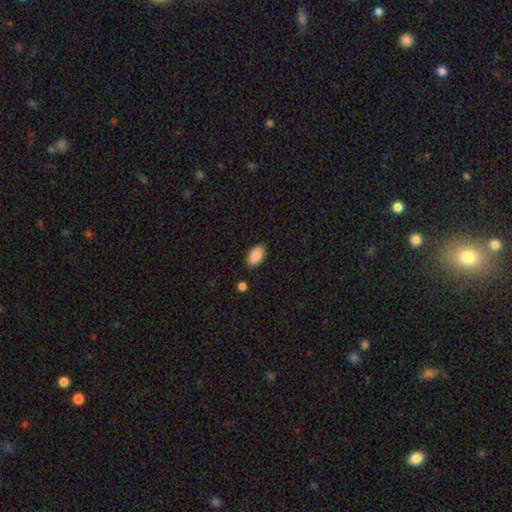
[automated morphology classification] A smooth galaxy with no disk features (89%) that is in between round and cigar-shaped (94%). Merging: none (85%).